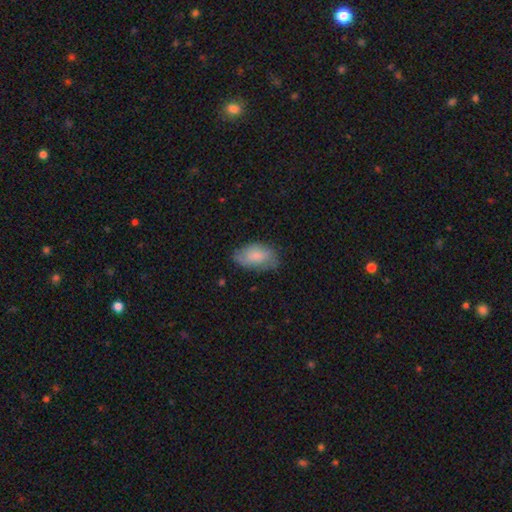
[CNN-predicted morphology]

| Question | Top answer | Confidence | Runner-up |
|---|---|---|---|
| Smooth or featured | smooth | 72% | featured or disk (21%) |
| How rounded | in between | 93% | round (5%) |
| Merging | none | 66% | minor disturbance (26%) |